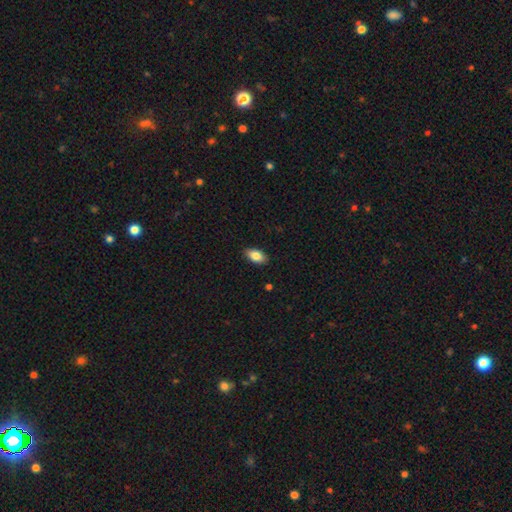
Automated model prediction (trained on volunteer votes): Q: Smooth or featured?
A: smooth (84%); runner-up: featured or disk (9%)
Q: How rounded?
A: in between (92%); runner-up: round (4%)
Q: Merging?
A: none (89%); runner-up: minor disturbance (8%)